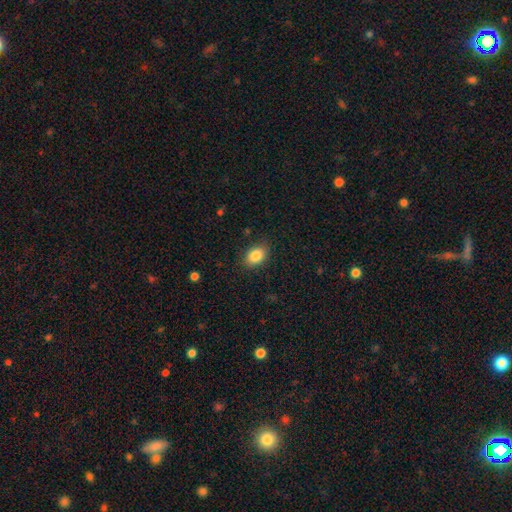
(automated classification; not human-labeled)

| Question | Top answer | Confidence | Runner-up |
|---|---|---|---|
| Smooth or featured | smooth | 86% | star or artifact (8%) |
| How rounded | in between | 81% | round (18%) |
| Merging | none | 86% | minor disturbance (10%) |